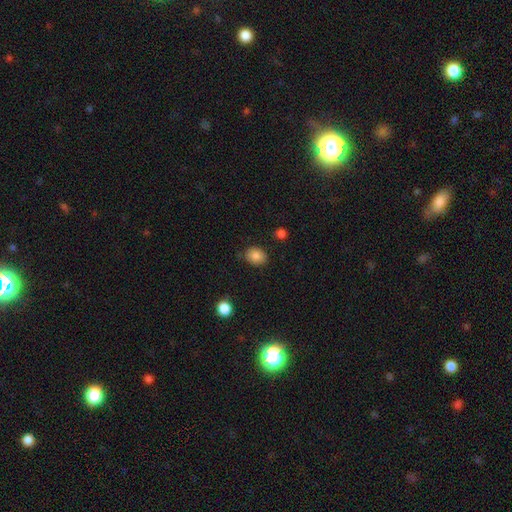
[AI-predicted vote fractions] smooth 84%, star or artifact 9%, featured or disk 7%. Down the decision tree: how rounded — round (51%); merging — none (82%).